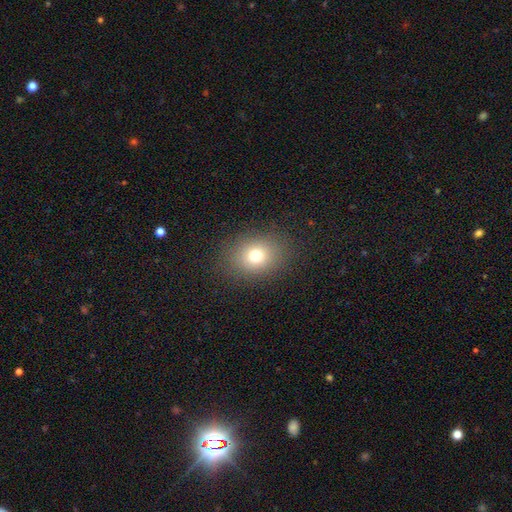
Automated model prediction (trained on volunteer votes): smooth-or-featured: smooth: 73% | star or artifact: 15% | featured or disk: 12%
  how-rounded: round: 53% | in between: 46% | cigar-shaped: 1%
  merging: none: 85% | minor disturbance: 9% | major disturbance: 5% | merger: 1%